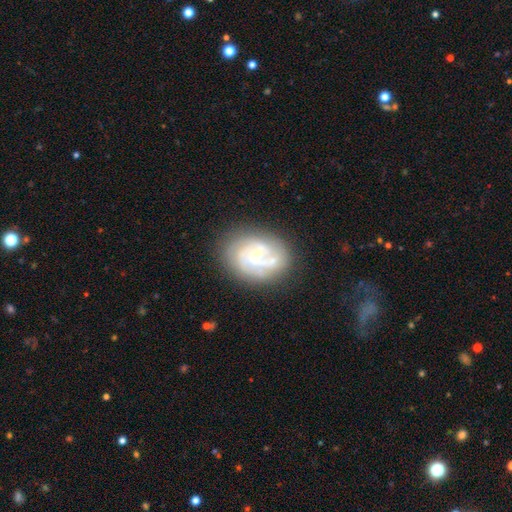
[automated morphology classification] Smooth or featured? featured or disk (76%)
Edge-on disk? no (97%)
Bar? no (47%)
Spiral arms? yes (85%)
Spiral winding? tight (51%)
Spiral arm count? 2 (32%)
Bulge size? small (61%)
Merging? none (67%)